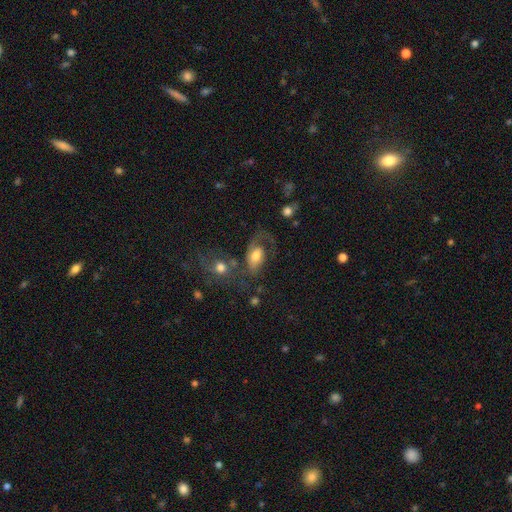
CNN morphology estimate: Overall: featured or disk (47%; smooth 44%). Merging: none (36%; major disturbance 31%).